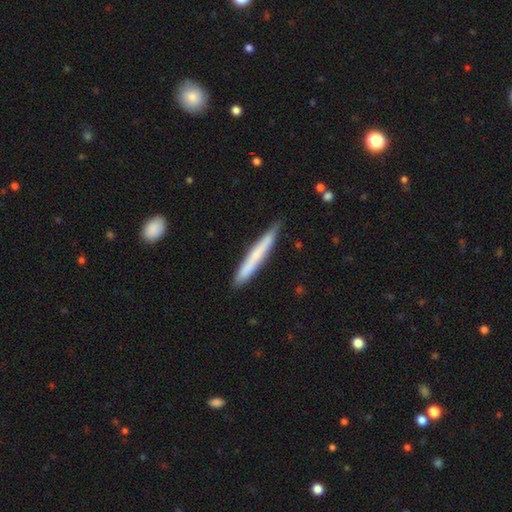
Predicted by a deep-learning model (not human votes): smooth-or-featured: smooth: 63% | featured or disk: 31% | star or artifact: 6%
  how-rounded: cigar-shaped: 96% | in between: 3% | round: 1%
  merging: none: 82% | minor disturbance: 14% | major disturbance: 2% | merger: 2%